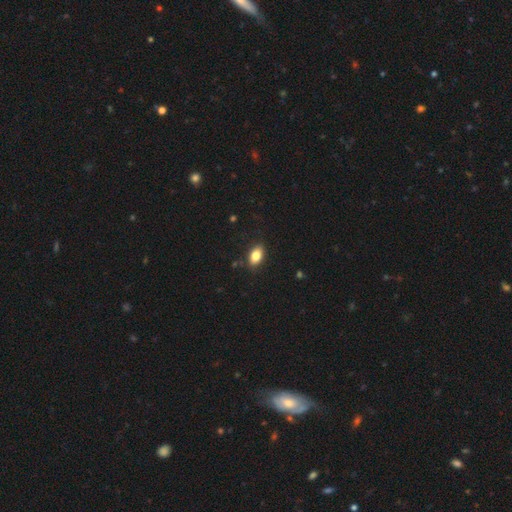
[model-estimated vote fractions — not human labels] The model was most divided on "smooth or featured": smooth: 83%, featured or disk: 9%, star or artifact: 8%. More confident: how rounded — in between (89%); merging — none (86%).